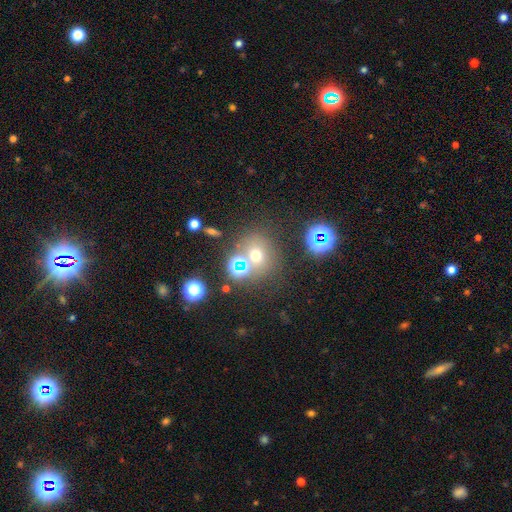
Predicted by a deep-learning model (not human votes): Morphology: type=smooth (56%); roundness=round (78%); merging=none (66%).